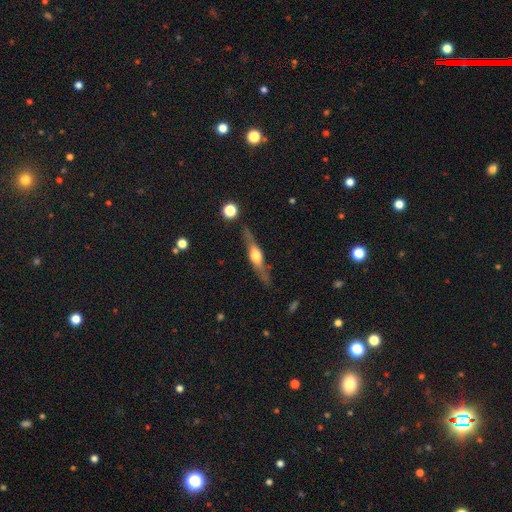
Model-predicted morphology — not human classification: Smooth or featured: featured or disk — 72% (smooth — 23%)
Edge-on disk: yes — 95% (no — 5%)
Edge-on bulge: rounded — 90% (boxy — 7%)
Merging: none — 83% (minor disturbance — 12%)